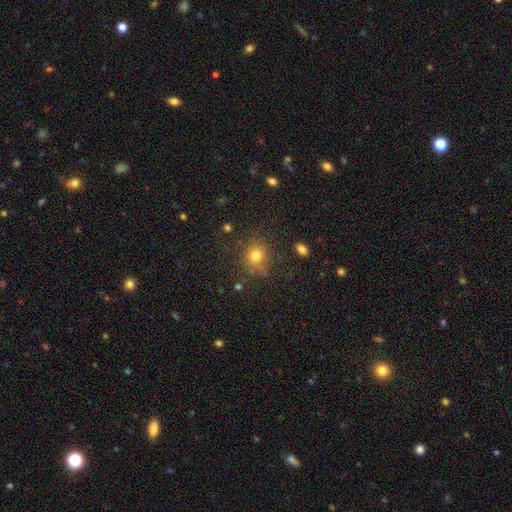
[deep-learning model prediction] This appears to be a smooth galaxy with no disk features (77%) that is round (80%). Merging: none (79%).